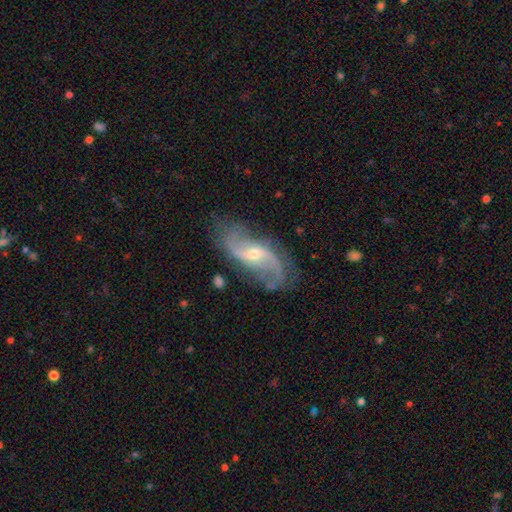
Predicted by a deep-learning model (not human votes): featured or disk 87%, star or artifact 6%, smooth 6%. Down the decision tree: edge-on disk — no (94%); bar — weak (43%); spiral arms — yes (96%); spiral arm count — 2 (82%); spiral winding — loose (60%); bulge size — small (58%); merging — none (75%).